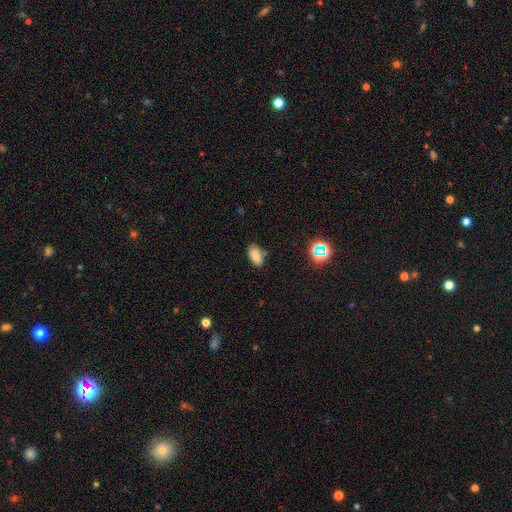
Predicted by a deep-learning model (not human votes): smooth_or_featured: smooth (p=0.83) [alt: star or artifact p=0.11]
how_rounded: in between (p=0.91) [alt: cigar-shaped p=0.05]
merging: none (p=0.76) [alt: minor disturbance p=0.16]